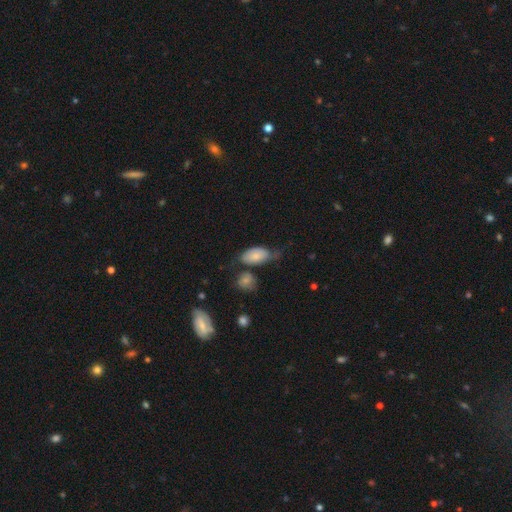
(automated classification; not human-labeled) Q: Smooth or featured?
A: smooth (70%); runner-up: featured or disk (23%)
Q: How rounded?
A: in between (90%); runner-up: round (6%)
Q: Merging?
A: none (38%); runner-up: minor disturbance (30%)